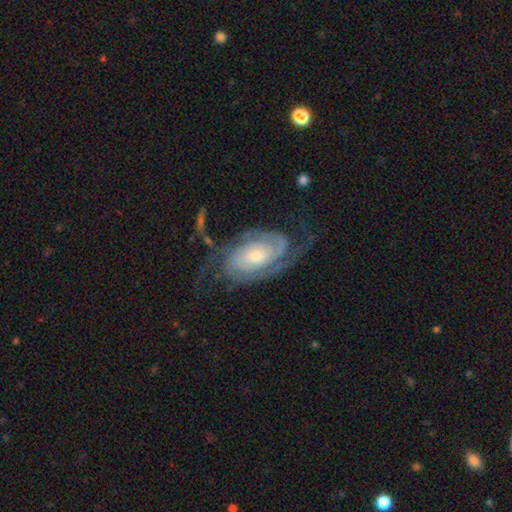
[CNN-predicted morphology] The model was most divided on "bulge size": small: 52%, moderate: 37%, large: 6%, none: 3%, dominant: 2%. More confident: spiral arms — yes (97%); edge-on disk — no (96%); smooth or featured — featured or disk (89%); spiral arm count — 2 (77%); merging — none (67%); bar — no (65%); spiral winding — tight (57%).